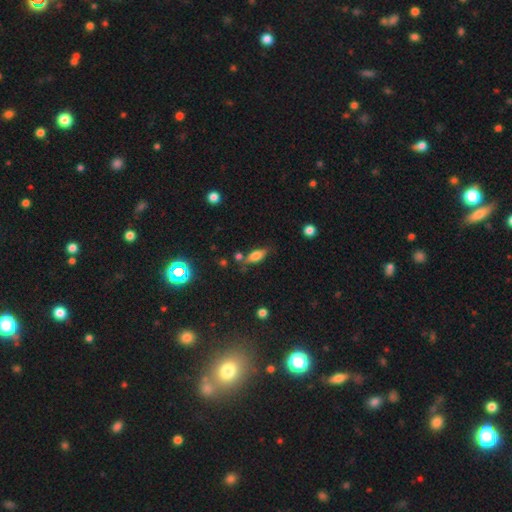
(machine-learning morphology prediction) A smooth galaxy with no disk features (69%) that is in between round and cigar-shaped (76%). Merging: none (68%).